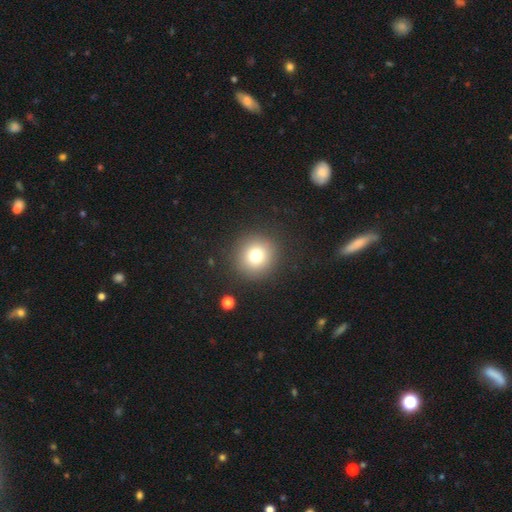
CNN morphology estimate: The model was most divided on "smooth or featured": smooth: 74%, star or artifact: 14%, featured or disk: 11%. More confident: how rounded — round (93%); merging — none (89%).